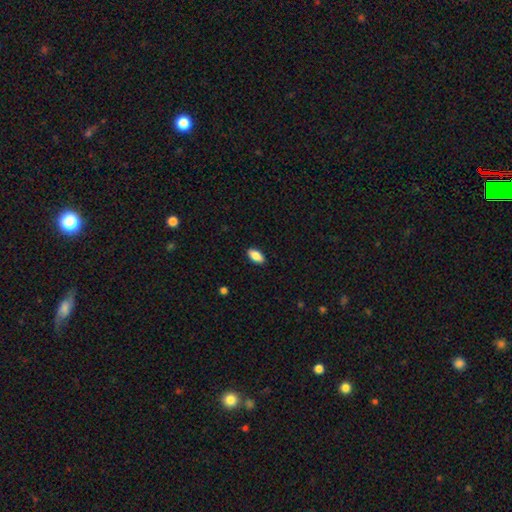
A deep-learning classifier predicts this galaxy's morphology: Smooth or featured?
  - smooth: 87% *
  - star or artifact: 7%
  - featured or disk: 6%
How rounded?
  - in between: 90% *
  - cigar-shaped: 7%
  - round: 3%
Merging?
  - none: 89% *
  - minor disturbance: 8%
  - major disturbance: 2%
  - merger: 1%